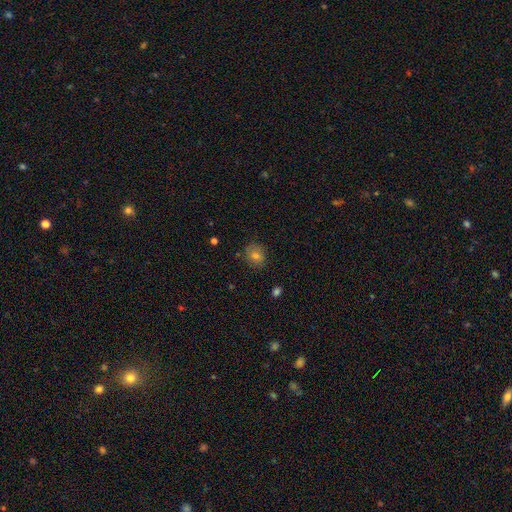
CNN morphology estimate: The model was most divided on "how rounded": round: 71%, in between: 28%, cigar-shaped: 1%. More confident: merging — none (81%); smooth or featured — smooth (72%).